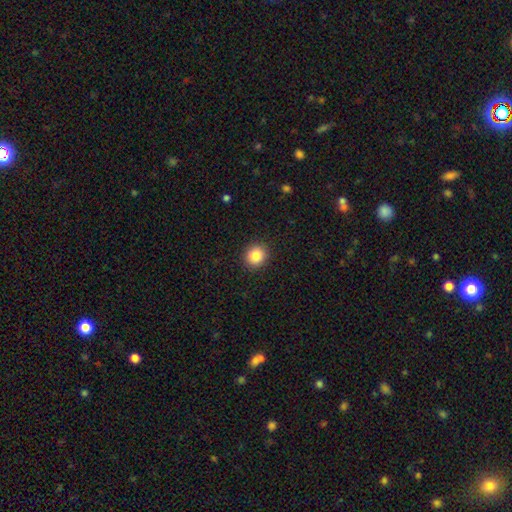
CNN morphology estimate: This is clearly a smooth galaxy (85%). How rounded: clearly round (84%). Merging: clearly none (91%).